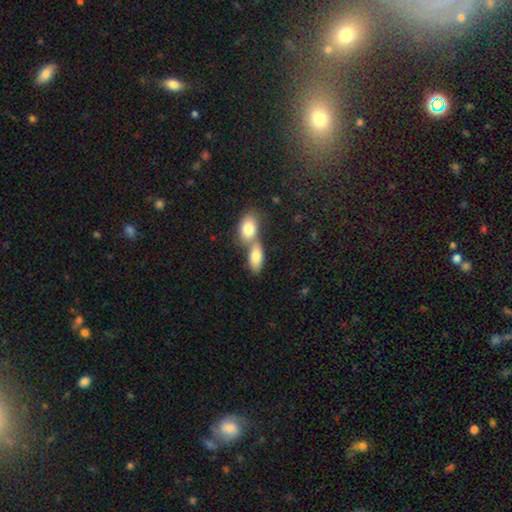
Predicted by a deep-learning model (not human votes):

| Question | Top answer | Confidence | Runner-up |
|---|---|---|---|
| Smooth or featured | smooth | 81% | featured or disk (12%) |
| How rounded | in between | 88% | cigar-shaped (6%) |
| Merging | merger | 66% | none (25%) |